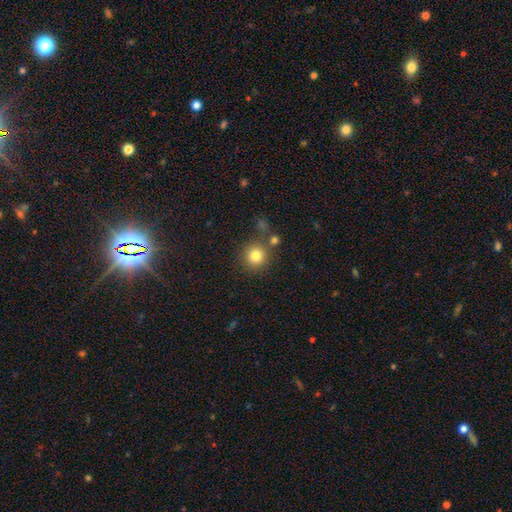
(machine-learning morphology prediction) This is clearly a smooth galaxy (82%). How rounded: clearly round (93%). Merging: likely none (78%).